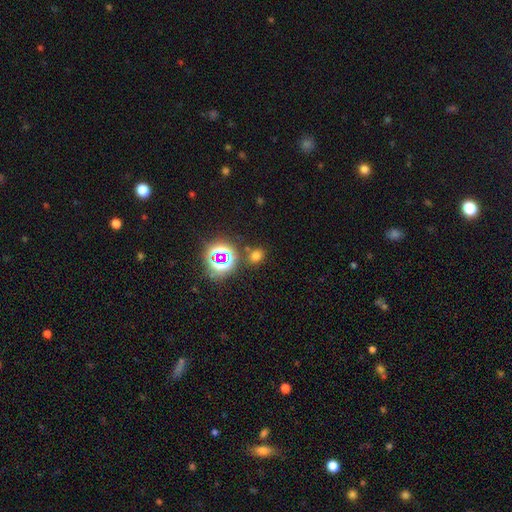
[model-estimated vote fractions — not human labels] Morphology: type=smooth (62%); roundness=round (60%); merging=none (77%).